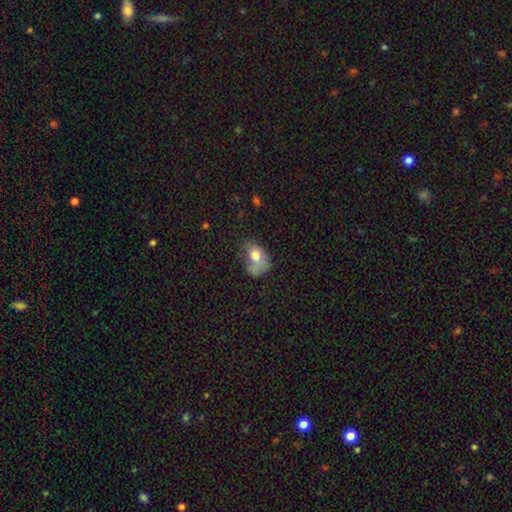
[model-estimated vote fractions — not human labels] Q: Smooth or featured?
A: smooth (70%); runner-up: featured or disk (20%)
Q: How rounded?
A: in between (73%); runner-up: round (25%)
Q: Merging?
A: major disturbance (40%); runner-up: minor disturbance (30%)